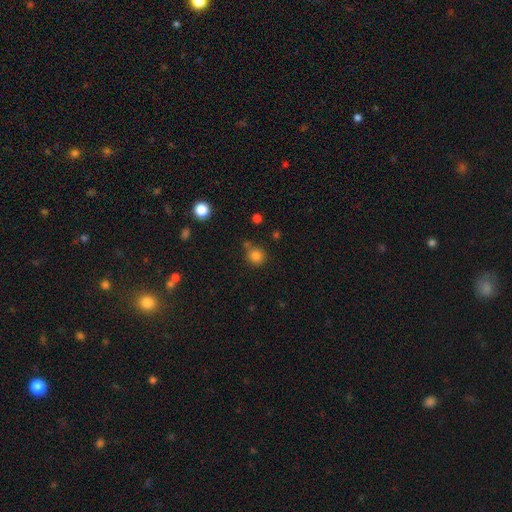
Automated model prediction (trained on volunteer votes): Morphology: type=smooth (81%); roundness=round (90%); merging=none (70%).